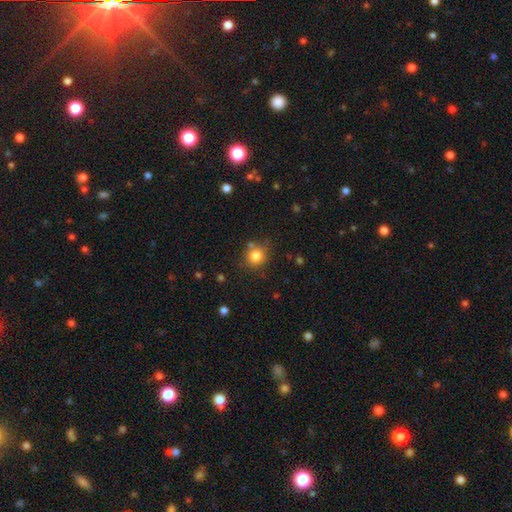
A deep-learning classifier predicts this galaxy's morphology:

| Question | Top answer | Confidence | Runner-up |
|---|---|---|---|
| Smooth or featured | smooth | 83% | star or artifact (11%) |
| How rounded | round | 87% | in between (12%) |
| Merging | none | 78% | minor disturbance (11%) |